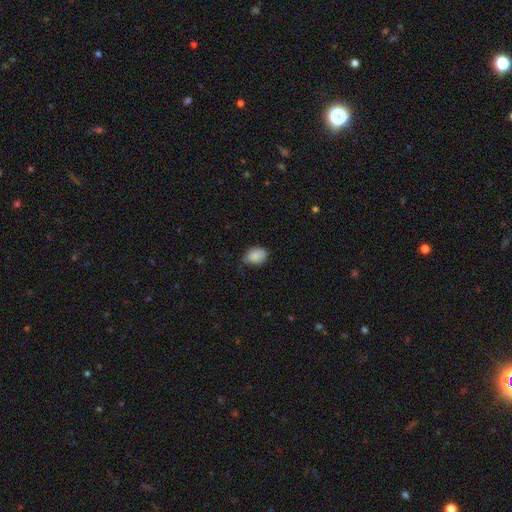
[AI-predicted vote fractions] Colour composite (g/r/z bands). It shows a smooth galaxy with no disk features (86%) that is in between round and cigar-shaped (70%). Merging: none (49%).